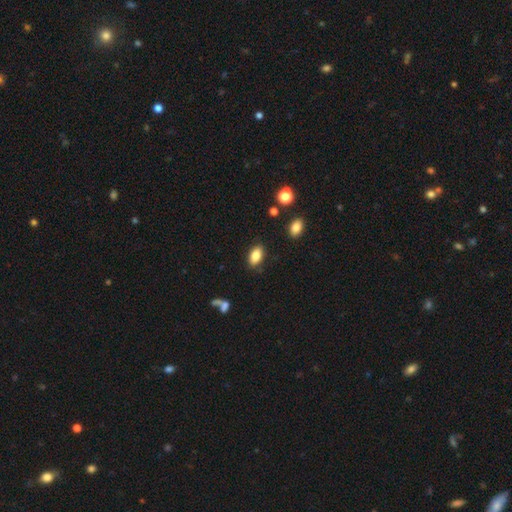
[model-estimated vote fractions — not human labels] smooth-or-featured: smooth: 84% | star or artifact: 8% | featured or disk: 7%
  how-rounded: in between: 90% | round: 7% | cigar-shaped: 3%
  merging: none: 84% | minor disturbance: 11% | major disturbance: 3% | merger: 2%